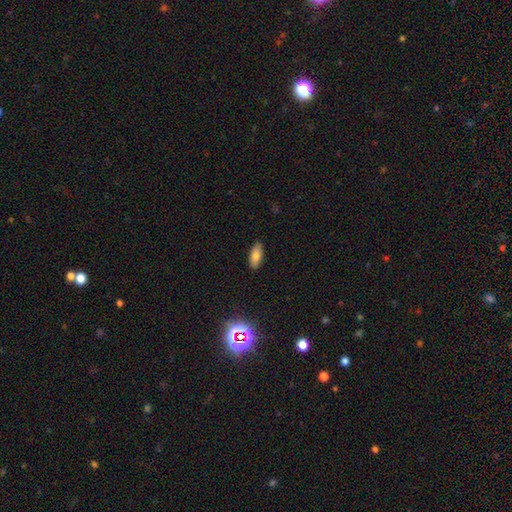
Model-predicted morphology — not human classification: This appears to be a smooth galaxy with no disk features (77%) that is in between round and cigar-shaped (82%). Merging: none (88%).